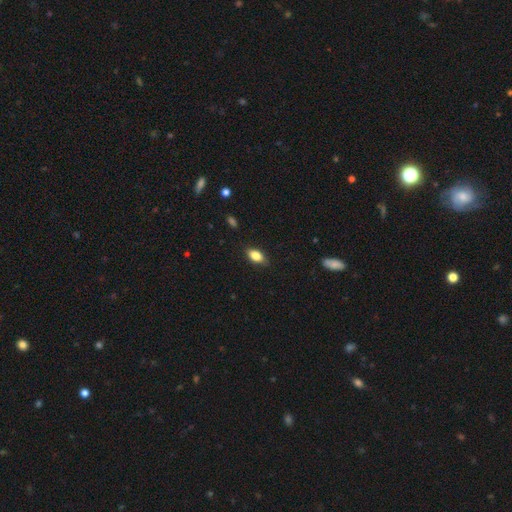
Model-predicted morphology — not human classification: Overall: smooth (83%). How rounded: in between (88%). Merging: none (85%).